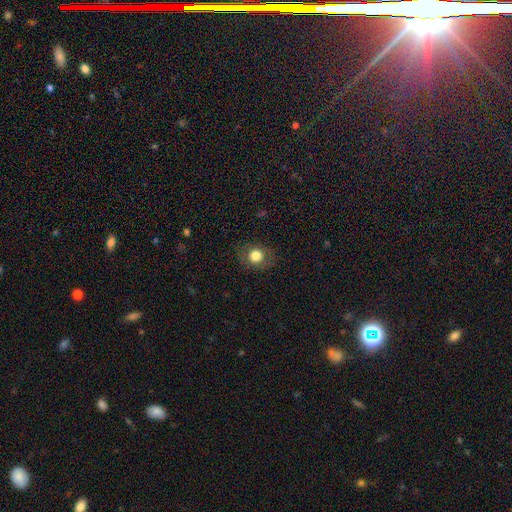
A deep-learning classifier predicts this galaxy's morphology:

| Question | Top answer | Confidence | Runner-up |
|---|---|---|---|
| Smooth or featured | smooth | 79% | featured or disk (11%) |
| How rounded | round | 73% | in between (26%) |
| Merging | none | 84% | minor disturbance (11%) |